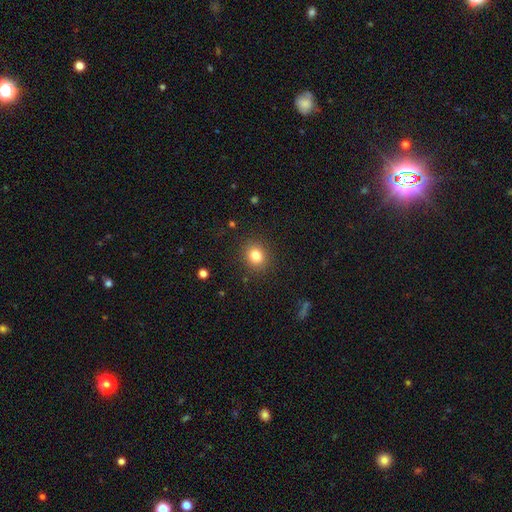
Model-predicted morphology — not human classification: The model was most divided on "how rounded": round: 71%, in between: 28%, cigar-shaped: 1%. More confident: merging — none (88%); smooth or featured — smooth (82%).